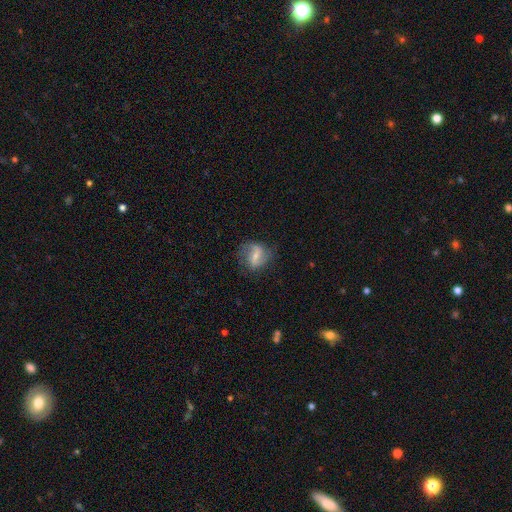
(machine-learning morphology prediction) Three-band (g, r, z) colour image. It shows a featured or disk galaxy (73%) with a weak bar (47%), 2 (88%) loose (52%) spiral arms (90%) and a small central bulge (55%). Merging: none (73%).